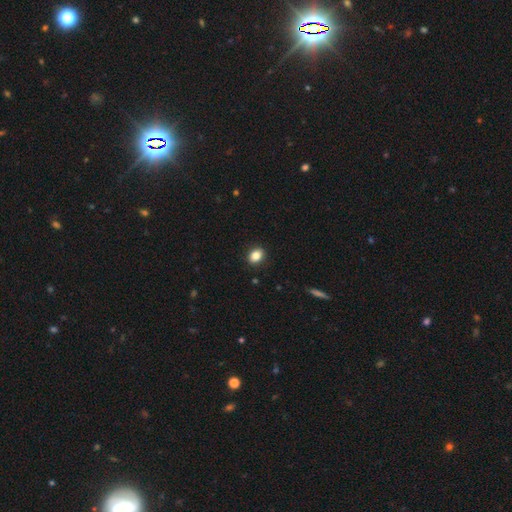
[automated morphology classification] Overall: smooth (85%). How rounded: in between (59%; round 40%). Merging: none (90%).